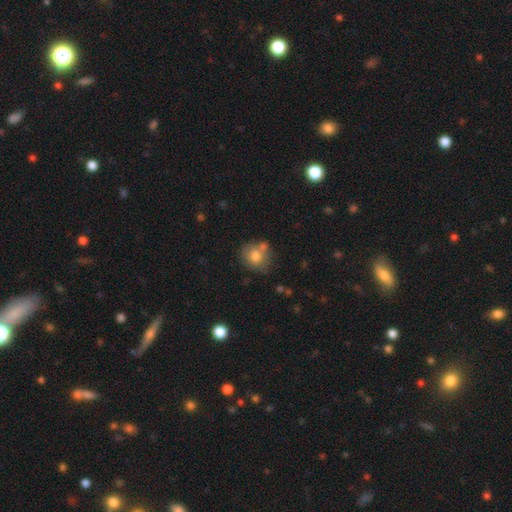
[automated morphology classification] smooth-or-featured: smooth: 76% | featured or disk: 15% | star or artifact: 9%
  how-rounded: round: 77% | in between: 22% | cigar-shaped: 1%
  merging: none: 54% | merger: 22% | minor disturbance: 18% | major disturbance: 6%